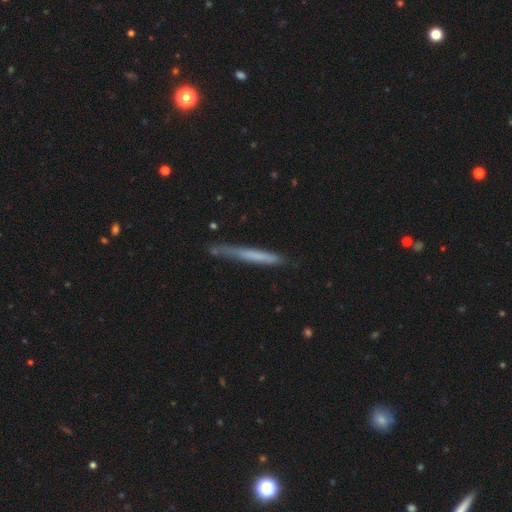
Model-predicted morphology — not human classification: Smooth or featured?
  - smooth: 57% *
  - featured or disk: 36%
  - star or artifact: 7%
How rounded?
  - cigar-shaped: 97% *
  - in between: 2%
  - round: 1%
Merging?
  - none: 72% *
  - minor disturbance: 21%
  - major disturbance: 5%
  - merger: 3%